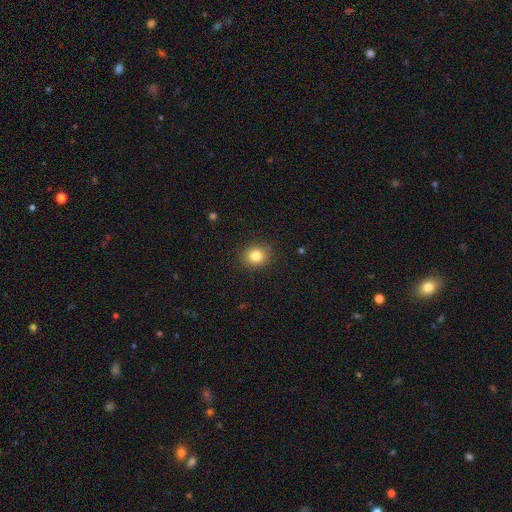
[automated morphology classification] This appears to be a smooth galaxy with no disk features (83%) that is round (75%). Merging: none (88%).